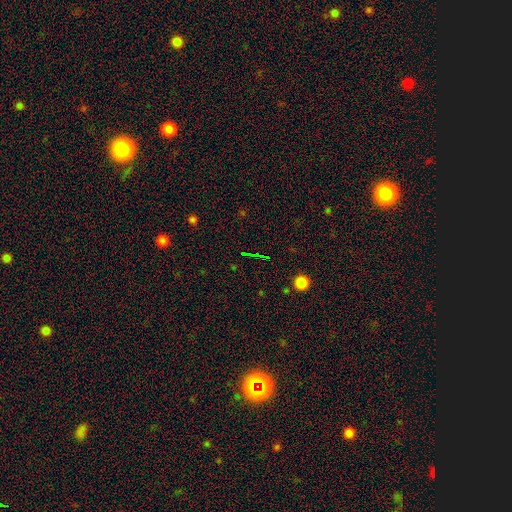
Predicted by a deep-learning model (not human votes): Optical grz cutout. It shows a star or artifact, not a galaxy (69%).